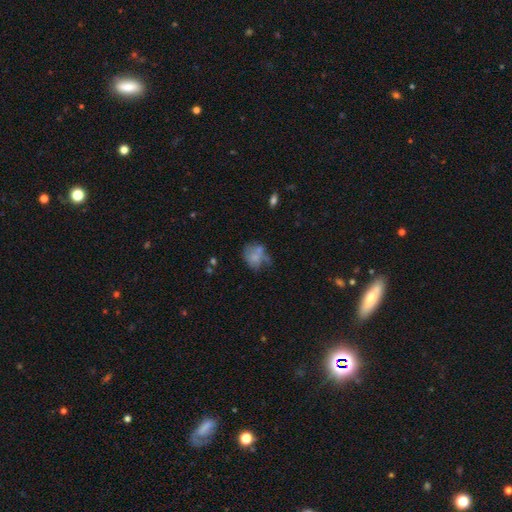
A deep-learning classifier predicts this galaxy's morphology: smooth-or-featured: smooth: 58% | featured or disk: 30% | star or artifact: 11%
  how-rounded: in between: 52% | round: 47% | cigar-shaped: 1%
  merging: none: 32% | minor disturbance: 25% | major disturbance: 24% | merger: 18%